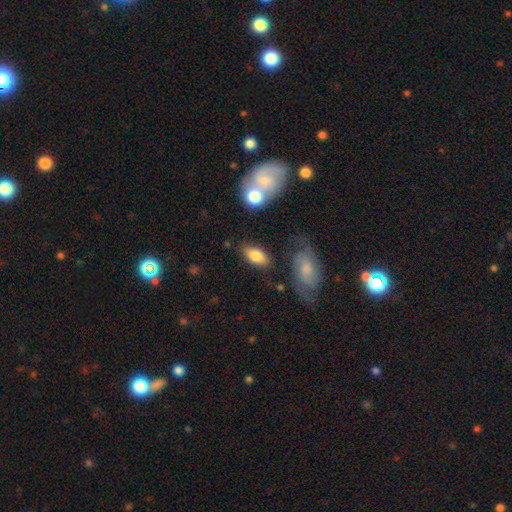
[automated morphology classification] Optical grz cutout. It shows a smooth galaxy with no disk features (79%) that is in between round and cigar-shaped (90%). Merging: none (76%).